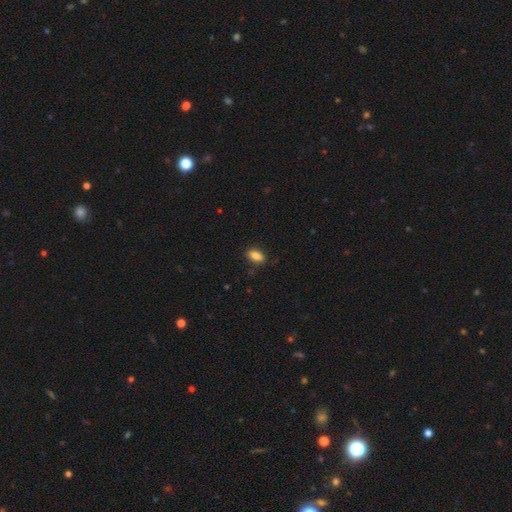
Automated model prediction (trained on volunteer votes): Q: Smooth or featured?
A: smooth (87%); runner-up: star or artifact (8%)
Q: How rounded?
A: in between (88%); runner-up: cigar-shaped (7%)
Q: Merging?
A: none (84%); runner-up: minor disturbance (12%)